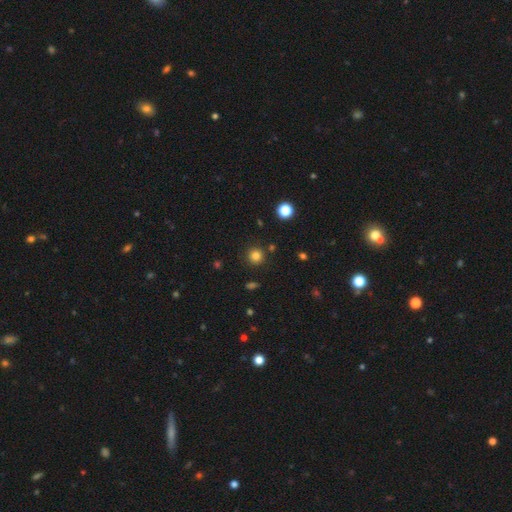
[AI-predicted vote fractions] Smooth or featured? smooth (82%)
How rounded? round (94%)
Merging? none (88%)